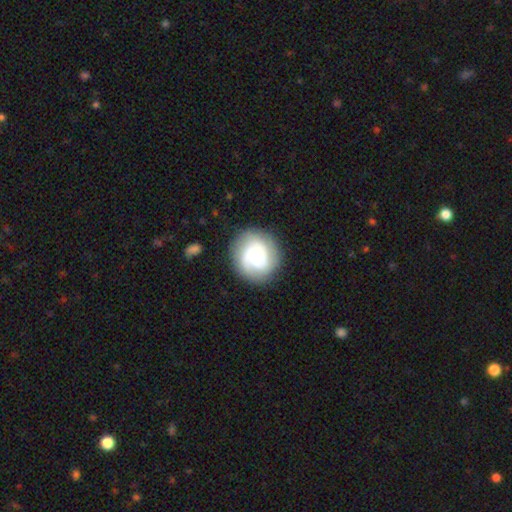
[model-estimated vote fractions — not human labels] Smooth or featured: featured or disk — 55% (smooth — 38%)
Edge-on disk: no — 98% (yes — 2%)
Bar: no — 73% (weak — 22%)
Spiral arms: yes — 89% (no — 11%)
Bulge size: small — 41% (moderate — 28%)
Merging: none — 79% (minor disturbance — 13%)